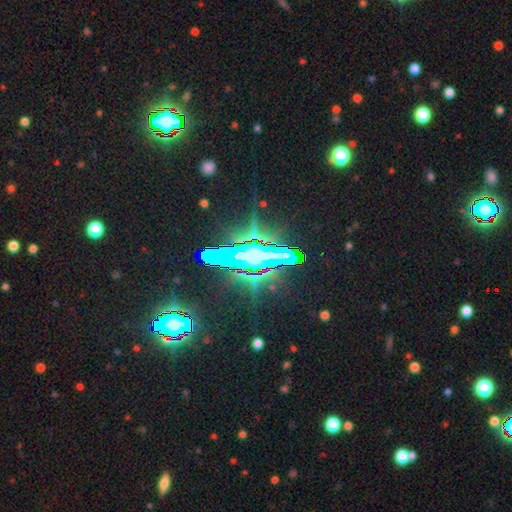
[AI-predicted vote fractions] smooth-or-featured: star or artifact: 70% | featured or disk: 16% | smooth: 14%